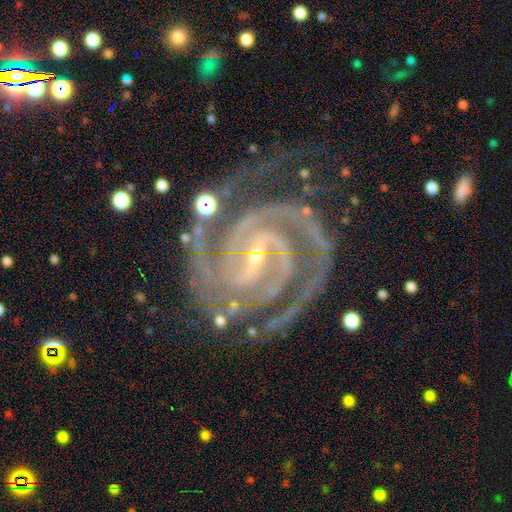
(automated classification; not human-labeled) Overall: featured or disk (94%). Edge-on disk: no (98%). Bar: strong (51%; weak 35%). Spiral arms: yes (99%). Spiral arm count: 2 (63%). Spiral winding: tight (77%). Bulge size: small (82%). Merging: none (73%).